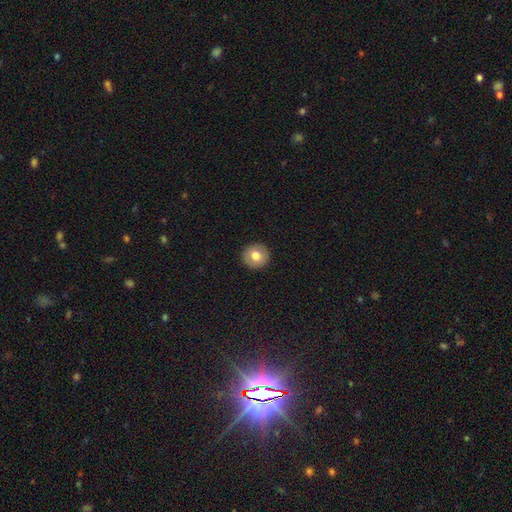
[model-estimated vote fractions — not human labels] Smooth or featured: smooth — 77% (featured or disk — 16%)
How rounded: round — 94% (in between — 5%)
Merging: none — 93% (minor disturbance — 5%)